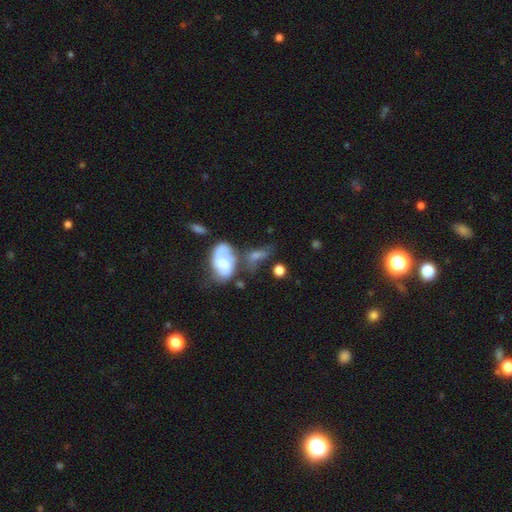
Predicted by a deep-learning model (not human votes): Smooth or featured? smooth (44%)
Merging? none (35%)